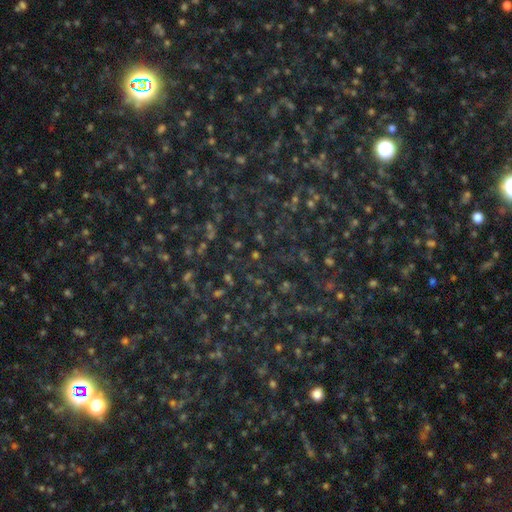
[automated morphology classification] Q: Smooth or featured?
A: star or artifact (73%); runner-up: smooth (19%)